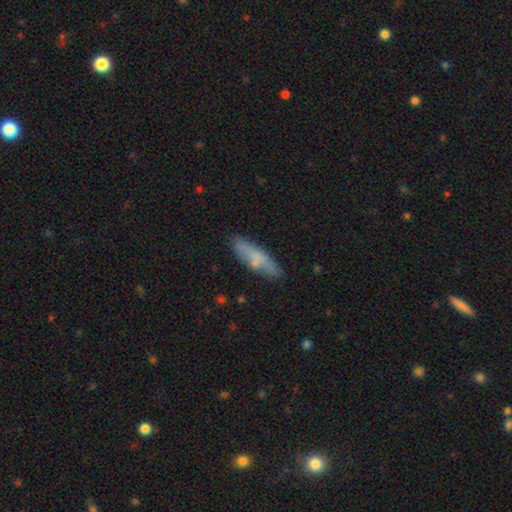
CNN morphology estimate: Smooth or featured? Predicted: smooth (p=0.63). How rounded? Predicted: cigar-shaped (p=0.68). Merging? Predicted: none (p=0.76).